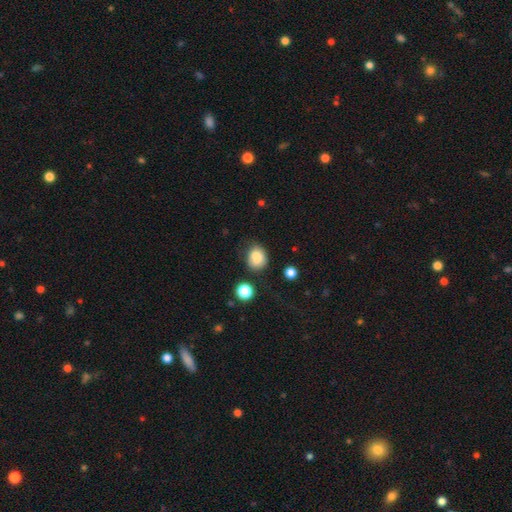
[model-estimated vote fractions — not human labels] A smooth galaxy with no disk features (84%) that is round (57%). Merging: none (68%).